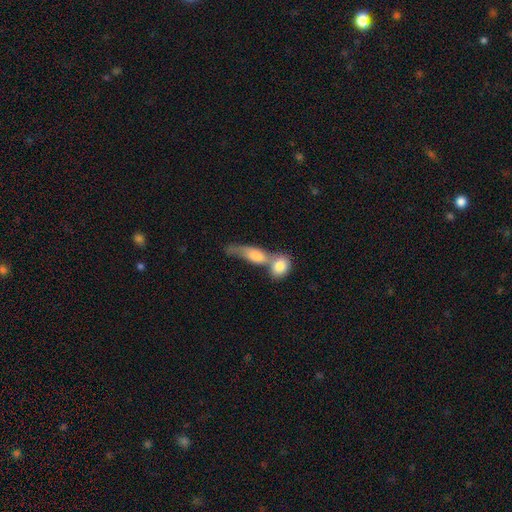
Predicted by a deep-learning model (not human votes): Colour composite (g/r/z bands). It shows a smooth galaxy with no disk features (74%) that is in between round and cigar-shaped (65%). Merging: merger (66%).